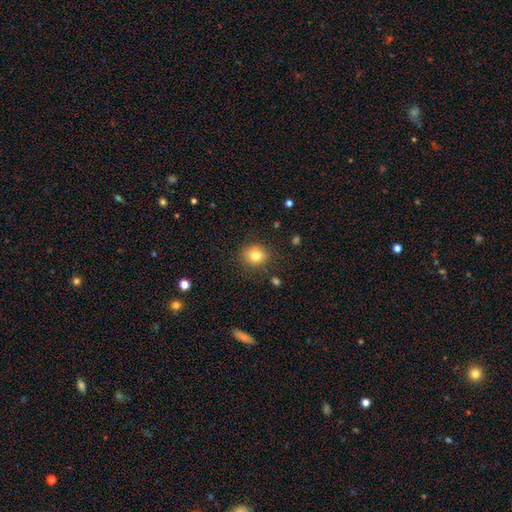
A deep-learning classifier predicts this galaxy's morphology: Smooth or featured? smooth (80%)
How rounded? round (82%)
Merging? none (85%)